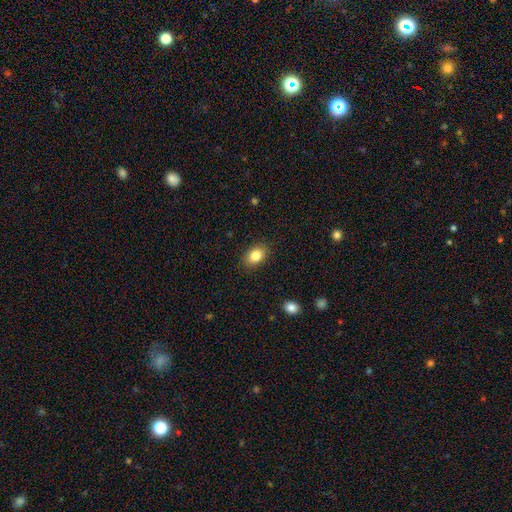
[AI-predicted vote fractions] Smooth or featured?
  - smooth: 84% *
  - star or artifact: 9%
  - featured or disk: 8%
How rounded?
  - in between: 81% *
  - round: 18%
  - cigar-shaped: 1%
Merging?
  - none: 88% *
  - minor disturbance: 9%
  - major disturbance: 2%
  - merger: 1%